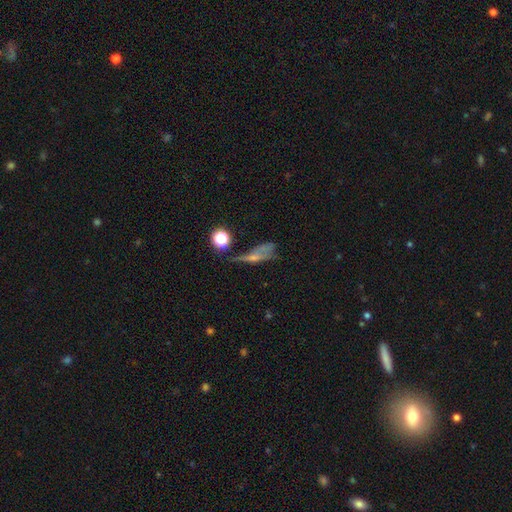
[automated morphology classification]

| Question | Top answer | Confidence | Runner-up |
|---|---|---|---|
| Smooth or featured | smooth | 42% | featured or disk (36%) |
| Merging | none | 34% | major disturbance (31%) |